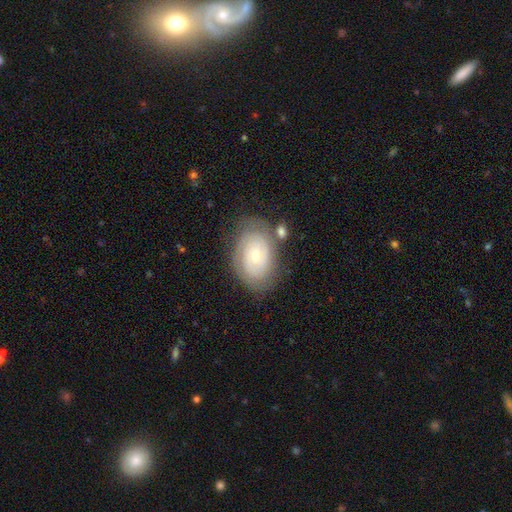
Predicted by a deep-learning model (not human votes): Smooth or featured? Predicted: featured or disk (p=0.69). Edge-on disk? Predicted: no (p=0.96). Bar? Predicted: no (p=0.73). Spiral arms? Predicted: yes (p=0.86). Spiral winding? Predicted: tight (p=0.75). Spiral arm count? Predicted: can't tell (p=0.44). Bulge size? Predicted: small (p=0.64). Merging? Predicted: none (p=0.71).